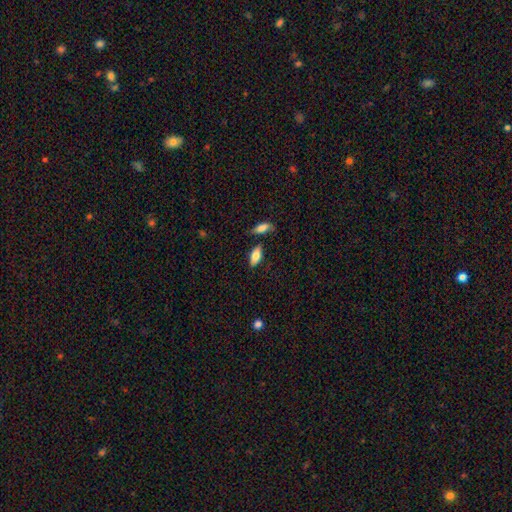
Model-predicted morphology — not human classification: Smooth or featured: smooth — 77% (featured or disk — 16%)
How rounded: in between — 88% (cigar-shaped — 9%)
Merging: none — 76% (minor disturbance — 13%)